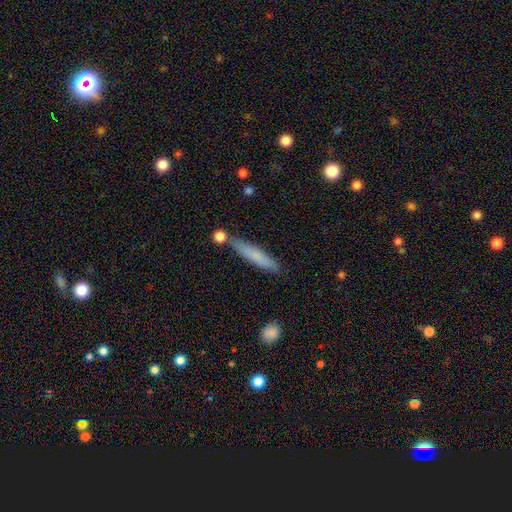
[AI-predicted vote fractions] Smooth or featured? smooth (71%)
How rounded? cigar-shaped (91%)
Merging? none (76%)